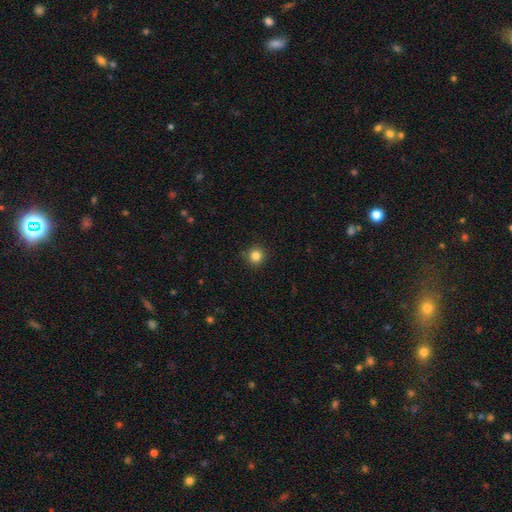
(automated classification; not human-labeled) smooth-or-featured: smooth: 83% | star or artifact: 12% | featured or disk: 4%
  how-rounded: round: 95% | in between: 4% | cigar-shaped: 1%
  merging: none: 91% | minor disturbance: 6% | major disturbance: 2% | merger: 1%